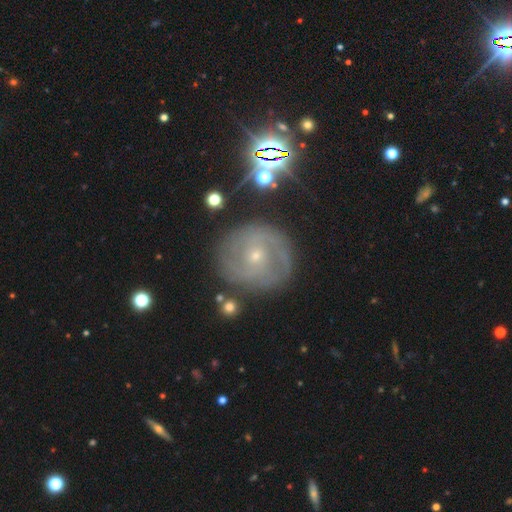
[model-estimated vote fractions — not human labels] This appears to be a featured or disk galaxy (76%) with no bar (57%), 2 (52%) tight (56%) spiral arms (91%) and a small central bulge (74%). Merging: none (81%).